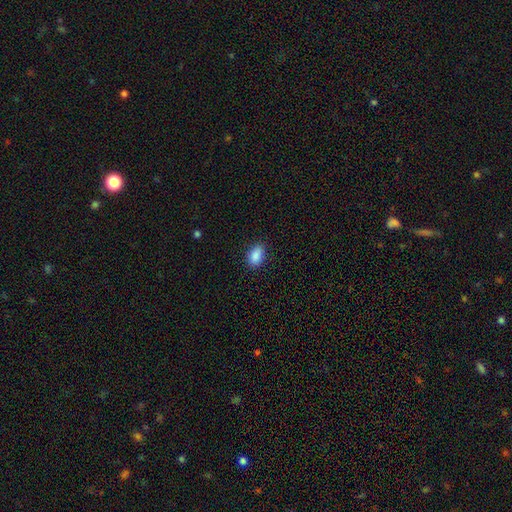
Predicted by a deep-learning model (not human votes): Smooth or featured? Predicted: smooth (p=0.88). How rounded? Predicted: in between (p=0.88). Merging? Predicted: none (p=0.84).